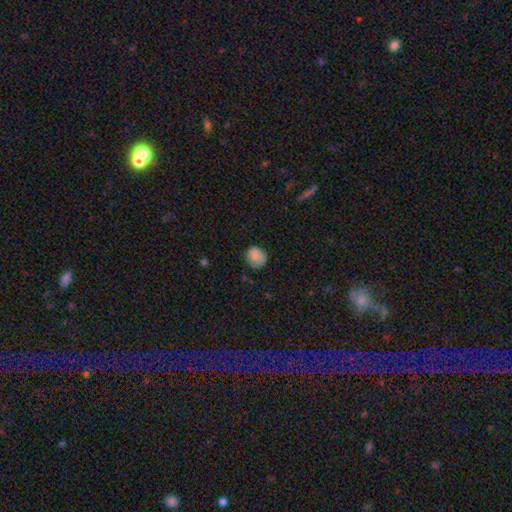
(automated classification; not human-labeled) This is clearly a smooth galaxy (82%). How rounded: clearly round (81%). Merging: likely none (75%).